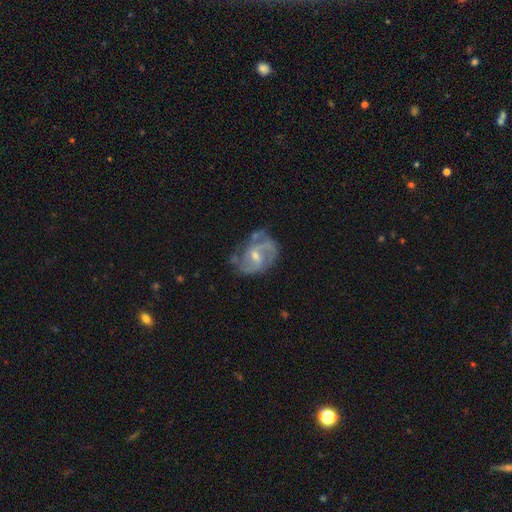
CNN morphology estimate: The model was most divided on "bulge size": small: 50%, moderate: 45%, none: 2%, large: 1%, dominant: 1%. More confident: edge-on disk — no (97%); spiral arms — yes (92%); smooth or featured — featured or disk (82%); spiral arm count — 2 (65%); merging — none (59%); spiral winding — medium (50%); bar — weak (50%).